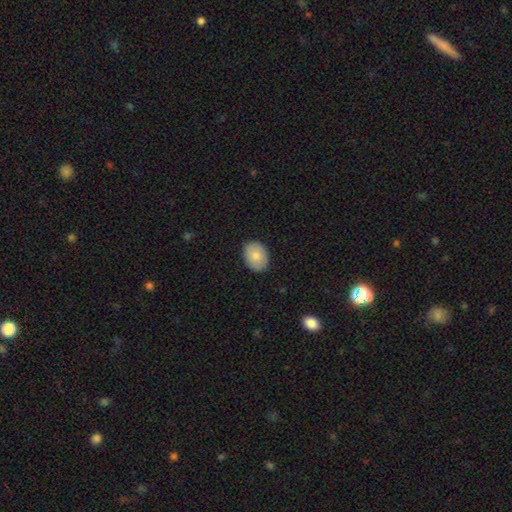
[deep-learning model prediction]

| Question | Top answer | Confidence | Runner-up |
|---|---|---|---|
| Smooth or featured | smooth | 83% | featured or disk (10%) |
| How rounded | in between | 71% | round (28%) |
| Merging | none | 88% | minor disturbance (9%) |